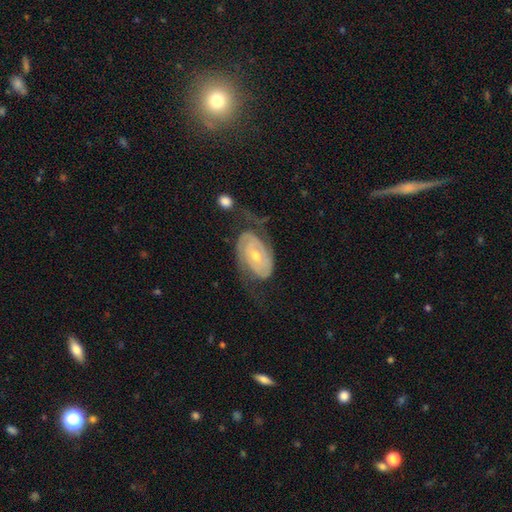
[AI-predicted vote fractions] smooth_or_featured: featured or disk (p=0.84) [alt: smooth p=0.11]
disk_edge_on: no (p=0.96) [alt: yes p=0.04]
bar: no (p=0.66) [alt: weak p=0.26]
has_spiral_arms: yes (p=0.92) [alt: no p=0.08]
spiral_winding: tight (p=0.55) [alt: medium p=0.30]
spiral_arm_count: 2 (p=0.76) [alt: can't tell p=0.14]
bulge_size: small (p=0.51) [alt: moderate p=0.45]
merging: none (p=0.55) [alt: major disturbance p=0.22]